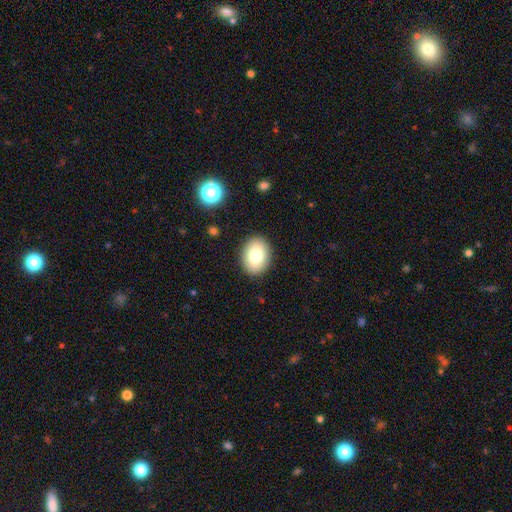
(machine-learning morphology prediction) This appears to be a smooth galaxy with no disk features (78%) that is in between round and cigar-shaped (65%). Merging: none (90%).